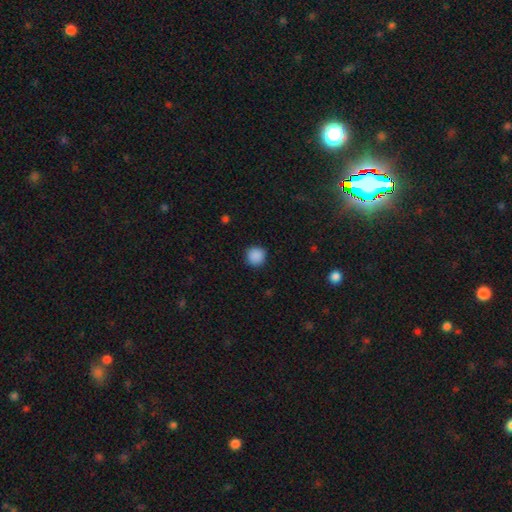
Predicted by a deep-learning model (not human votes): The model was most divided on "smooth or featured": smooth: 89%, star or artifact: 9%, featured or disk: 2%. More confident: how rounded — round (94%); merging — none (91%).